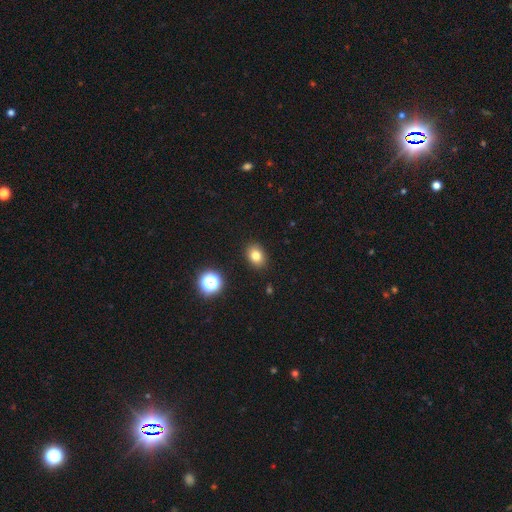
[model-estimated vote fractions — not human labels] This appears to be a smooth galaxy with no disk features (80%) that is in between round and cigar-shaped (63%). Merging: none (88%).